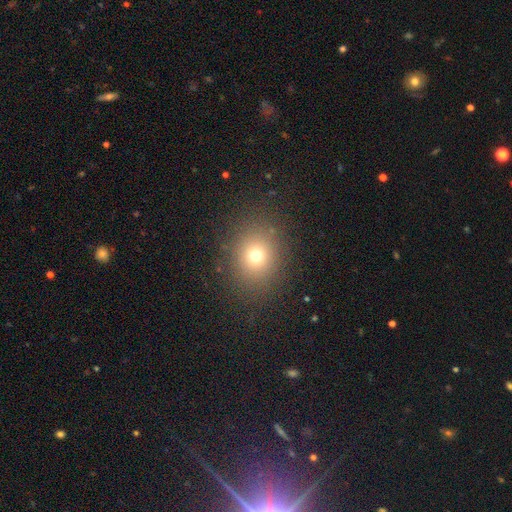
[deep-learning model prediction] Overall: smooth (71%). How rounded: round (72%). Merging: none (85%).